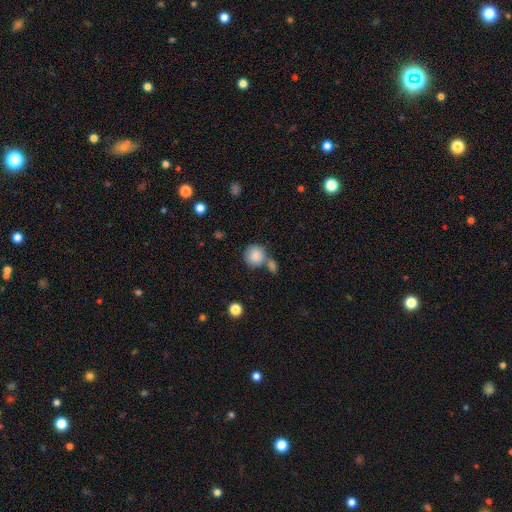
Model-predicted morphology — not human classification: Smooth or featured? Predicted: smooth (p=0.86). How rounded? Predicted: round (p=0.88). Merging? Predicted: none (p=0.50).